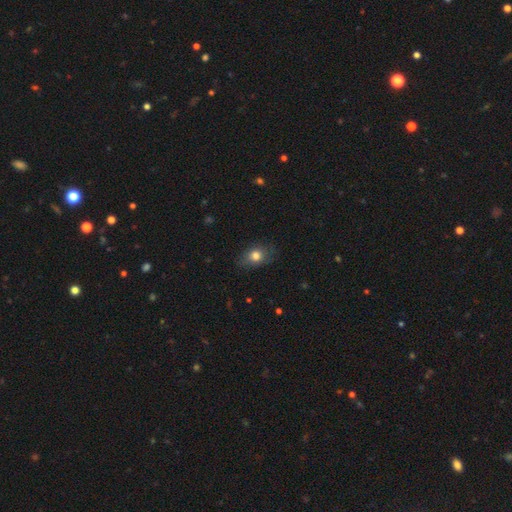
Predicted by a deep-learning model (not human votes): Q: Smooth or featured?
A: smooth (79%); runner-up: featured or disk (11%)
Q: How rounded?
A: in between (64%); runner-up: round (35%)
Q: Merging?
A: none (76%); runner-up: minor disturbance (18%)